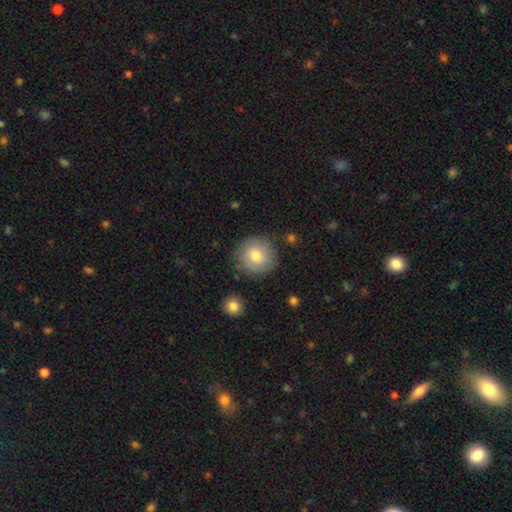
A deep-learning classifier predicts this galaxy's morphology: type=smooth (74%); roundness=round (93%); merging=none (82%).